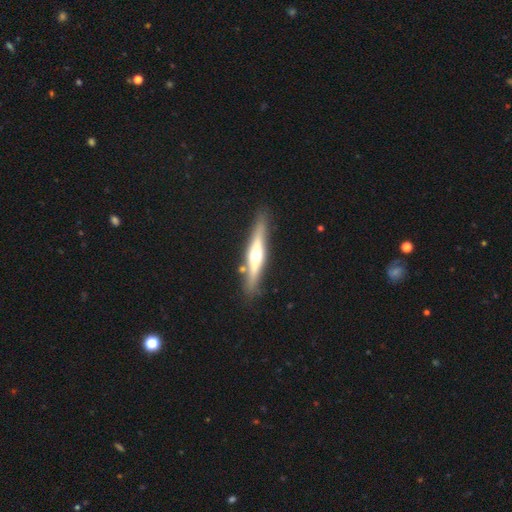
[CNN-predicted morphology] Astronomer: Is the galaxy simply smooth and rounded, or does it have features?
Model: featured or disk — 66%.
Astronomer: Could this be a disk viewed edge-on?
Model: yes — 94%.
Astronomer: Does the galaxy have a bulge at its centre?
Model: rounded — 92%.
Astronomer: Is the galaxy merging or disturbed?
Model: none — 83%.